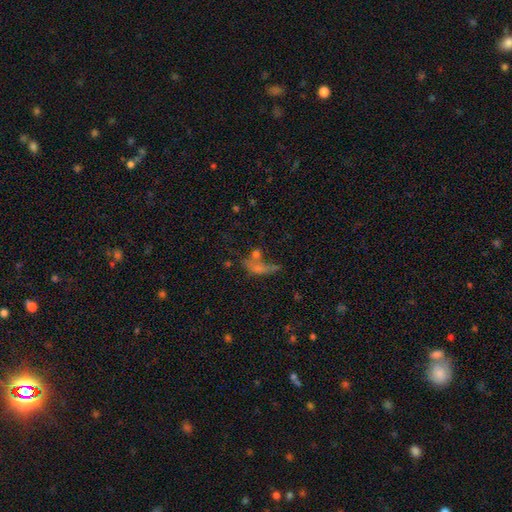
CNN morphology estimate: type=smooth (42%); merging=merger (36%).